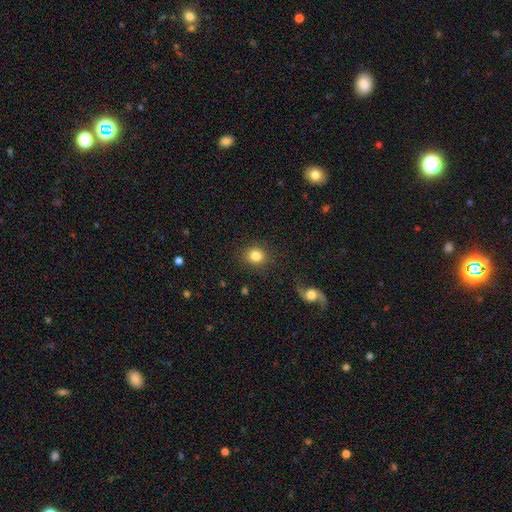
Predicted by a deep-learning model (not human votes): This is clearly a smooth galaxy (83%). How rounded: likely round (79%). Merging: clearly none (88%).